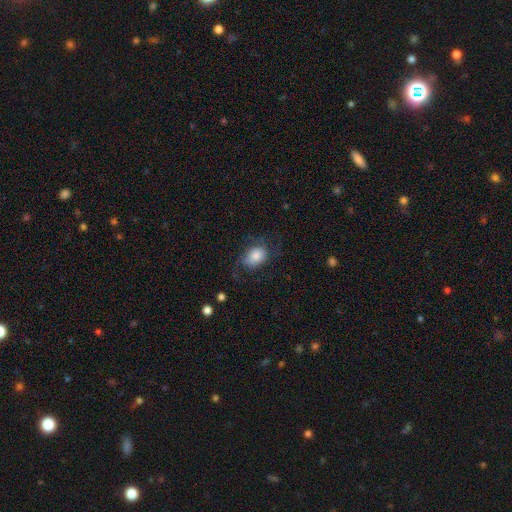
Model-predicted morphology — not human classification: A smooth galaxy with no disk features (77%) that is in between round and cigar-shaped (75%). Merging: none (55%).